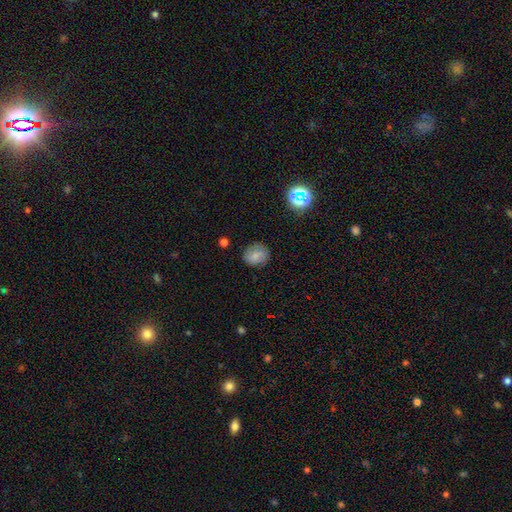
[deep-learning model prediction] Q: Smooth or featured?
A: smooth (76%); runner-up: featured or disk (13%)
Q: How rounded?
A: round (72%); runner-up: in between (27%)
Q: Merging?
A: none (80%); runner-up: minor disturbance (15%)